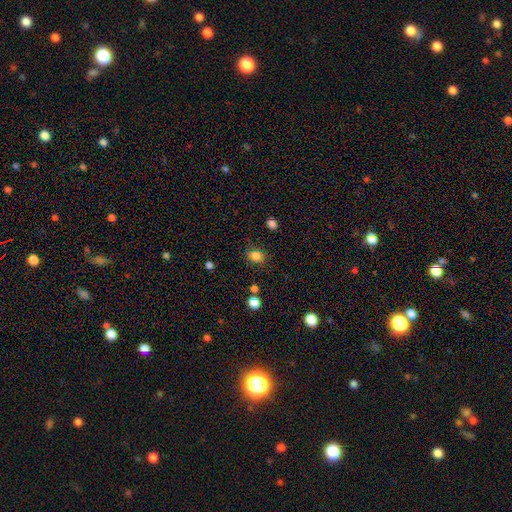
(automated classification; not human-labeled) This is clearly a smooth galaxy (83%). How rounded: likely in between (66%). Merging: likely none (78%).